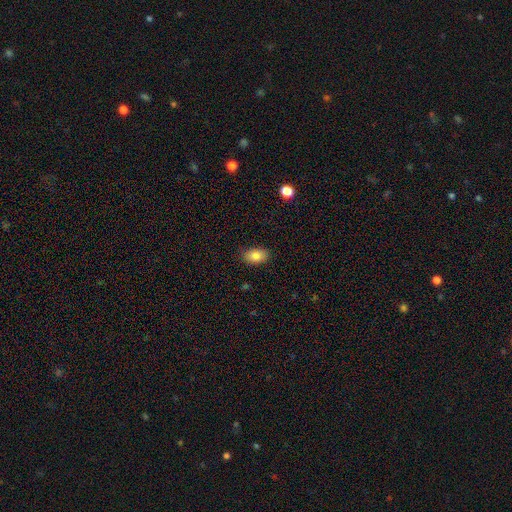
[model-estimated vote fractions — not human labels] The model was most divided on "merging": none: 86%, minor disturbance: 11%, major disturbance: 2%, merger: 1%. More confident: how rounded — in between (90%); smooth or featured — smooth (85%).